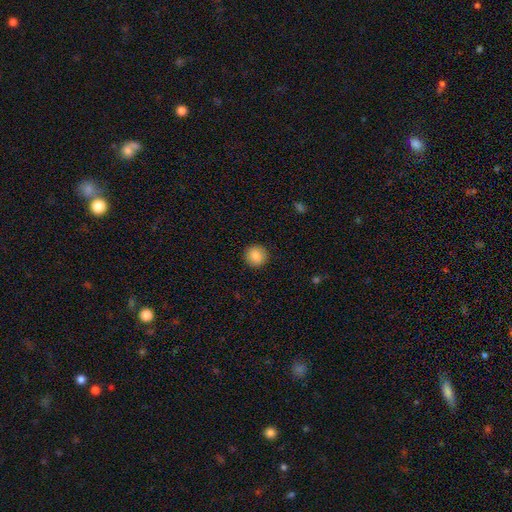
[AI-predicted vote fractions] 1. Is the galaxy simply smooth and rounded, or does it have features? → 87% smooth, 8% star or artifact, 5% featured or disk.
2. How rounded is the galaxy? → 91% round, 8% in between, 1% cigar-shaped.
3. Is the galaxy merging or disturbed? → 91% none, 6% minor disturbance, 2% major disturbance, 1% merger.